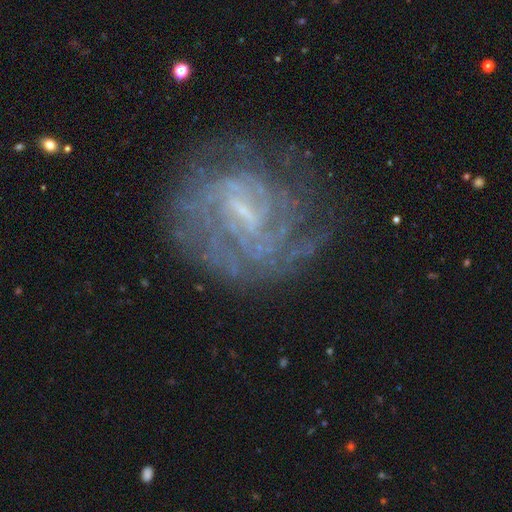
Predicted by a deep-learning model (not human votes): Smooth or featured? Predicted: featured or disk (p=0.83). Edge-on disk? Predicted: no (p=0.97). Bar? Predicted: weak (p=0.55). Spiral arms? Predicted: yes (p=0.88). Spiral winding? Predicted: tight (p=0.64). Spiral arm count? Predicted: can't tell (p=0.50). Bulge size? Predicted: small (p=0.52). Merging? Predicted: none (p=0.67).